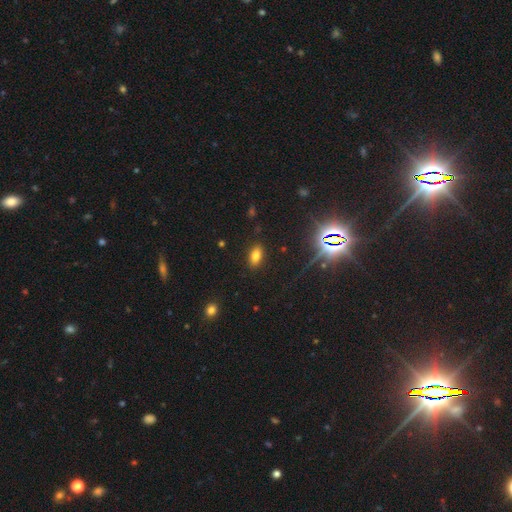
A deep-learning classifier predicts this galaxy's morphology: Smooth or featured?
  - smooth: 76% *
  - star or artifact: 15%
  - featured or disk: 9%
How rounded?
  - in between: 89% *
  - round: 6%
  - cigar-shaped: 5%
Merging?
  - none: 88% *
  - minor disturbance: 8%
  - major disturbance: 3%
  - merger: 1%